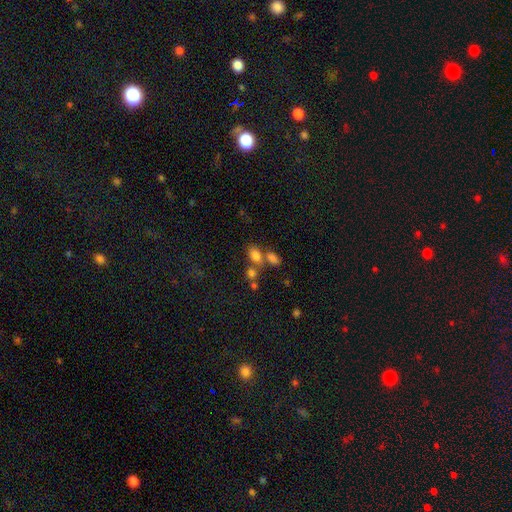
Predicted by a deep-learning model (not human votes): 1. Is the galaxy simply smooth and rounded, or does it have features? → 76% smooth, 14% star or artifact, 10% featured or disk.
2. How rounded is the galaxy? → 79% in between, 19% round, 2% cigar-shaped.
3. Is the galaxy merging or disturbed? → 46% none, 37% merger, 11% minor disturbance, 6% major disturbance.